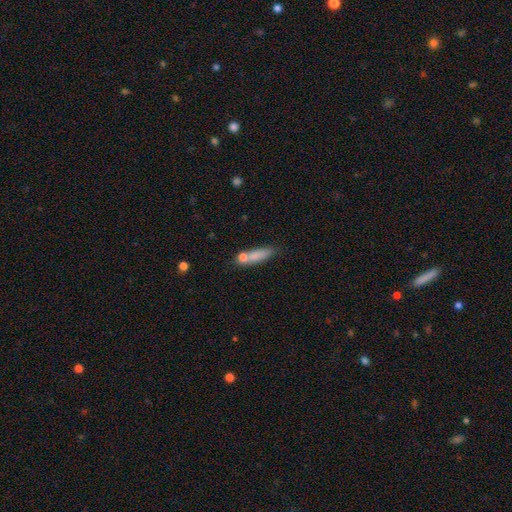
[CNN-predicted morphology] This is likely a smooth galaxy (75%). How rounded: likely cigar-shaped (61%). Merging: possibly none (51%).